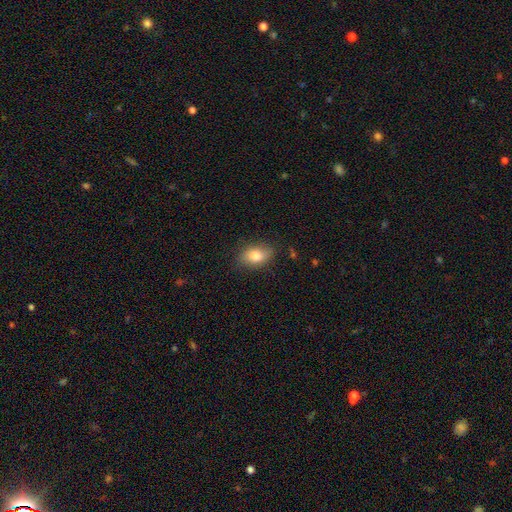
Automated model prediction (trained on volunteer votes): smooth 79%, featured or disk 13%, star or artifact 8%. Down the decision tree: how rounded — in between (84%); merging — none (80%).